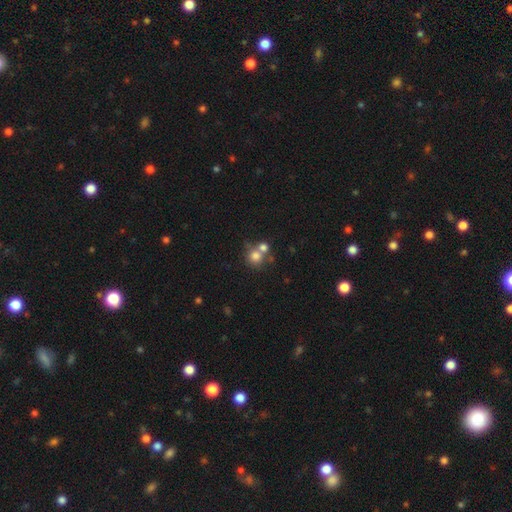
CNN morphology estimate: Q: Smooth or featured?
A: smooth (75%); runner-up: star or artifact (12%)
Q: How rounded?
A: round (87%); runner-up: in between (12%)
Q: Merging?
A: none (46%); runner-up: merger (42%)